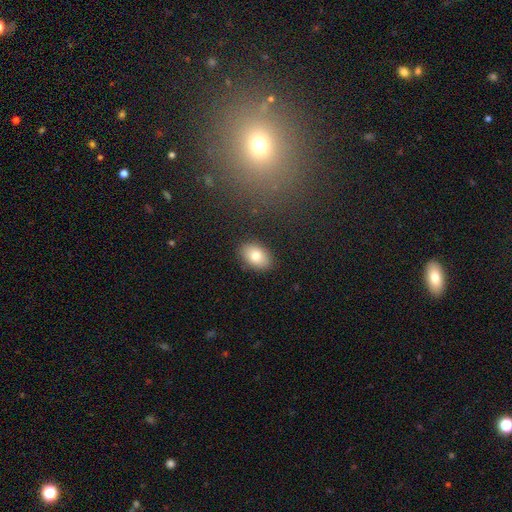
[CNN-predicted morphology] smooth_or_featured: smooth (p=0.79) [alt: featured or disk p=0.13]
how_rounded: in between (p=0.88) [alt: round p=0.11]
merging: none (p=0.87) [alt: minor disturbance p=0.09]